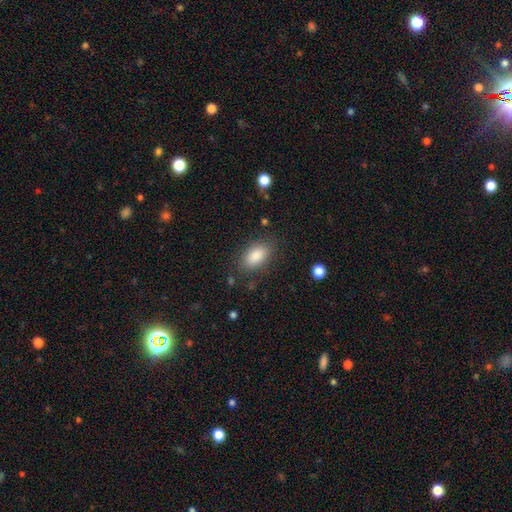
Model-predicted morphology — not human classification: Smooth or featured? smooth (87%)
How rounded? in between (91%)
Merging? none (81%)